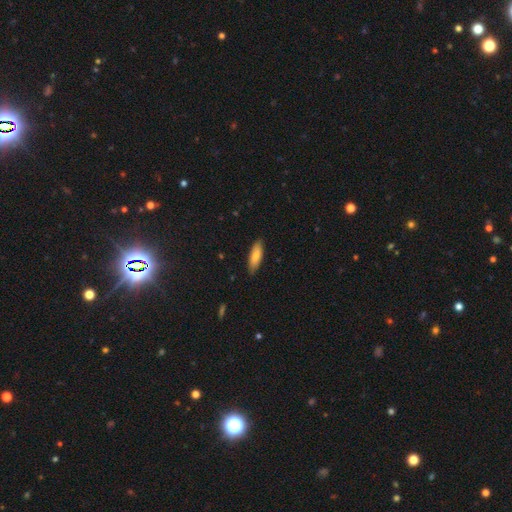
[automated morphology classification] smooth 79%, featured or disk 15%, star or artifact 6%. Down the decision tree: how rounded — in between (56%); merging — none (85%).